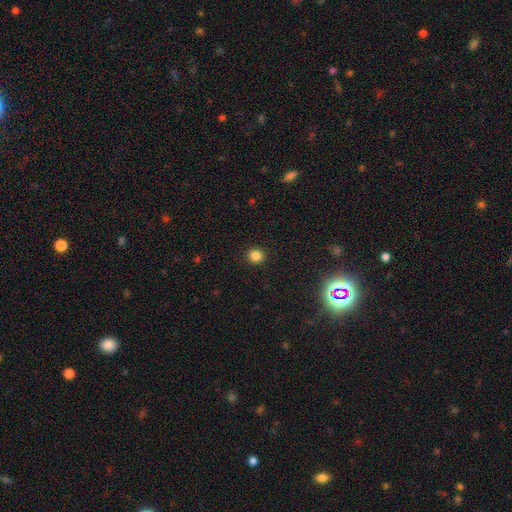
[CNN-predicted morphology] Smooth or featured? Predicted: smooth (p=0.83). How rounded? Predicted: round (p=0.88). Merging? Predicted: none (p=0.92).